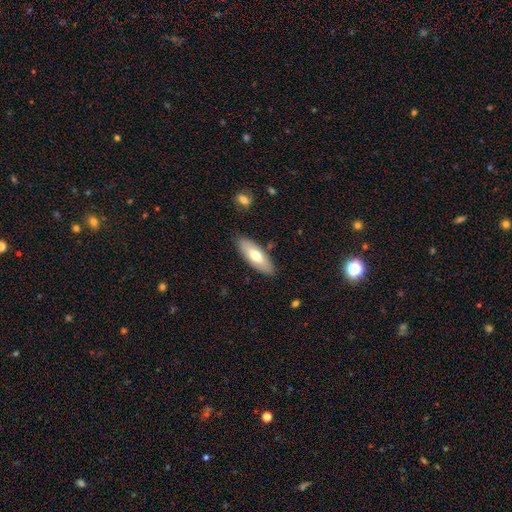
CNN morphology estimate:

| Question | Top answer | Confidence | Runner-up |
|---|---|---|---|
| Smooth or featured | smooth | 65% | featured or disk (29%) |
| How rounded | in between | 73% | cigar-shaped (25%) |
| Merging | none | 85% | minor disturbance (11%) |